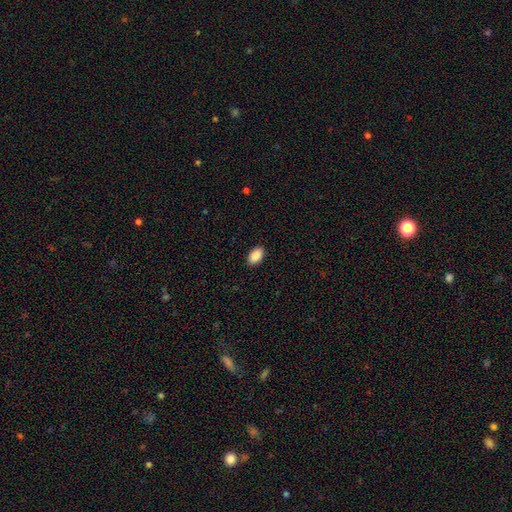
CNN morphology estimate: type=smooth (90%); roundness=in between (94%); merging=none (90%).